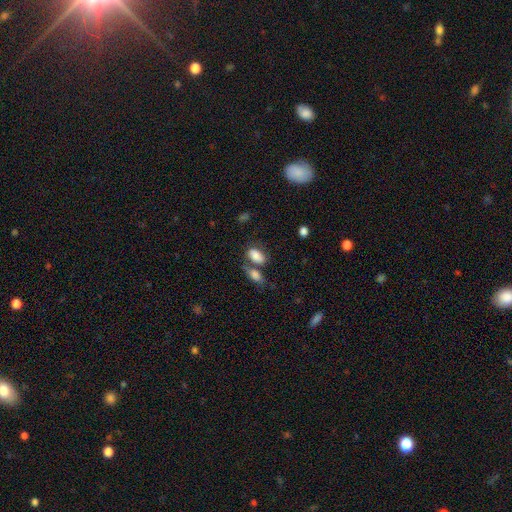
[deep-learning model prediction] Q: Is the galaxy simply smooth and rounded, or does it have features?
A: smooth — 82%.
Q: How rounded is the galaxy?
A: in between — 90%.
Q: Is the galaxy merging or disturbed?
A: none — 41%.